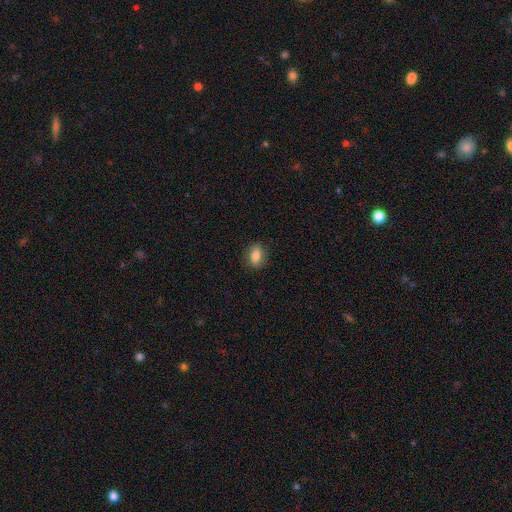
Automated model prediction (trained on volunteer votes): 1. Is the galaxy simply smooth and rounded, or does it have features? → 76% smooth, 15% featured or disk, 9% star or artifact.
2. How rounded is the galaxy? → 77% in between, 18% round, 6% cigar-shaped.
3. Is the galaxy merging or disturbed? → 82% none, 13% minor disturbance, 3% major disturbance, 1% merger.